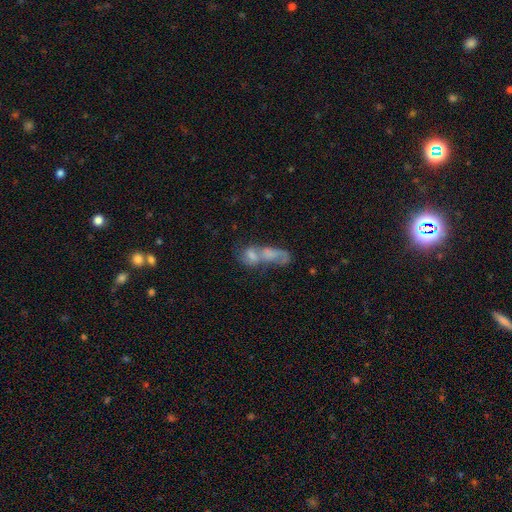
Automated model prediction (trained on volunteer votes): Smooth or featured: smooth — 48% (featured or disk — 37%)
Merging: merger — 67% (none — 16%)